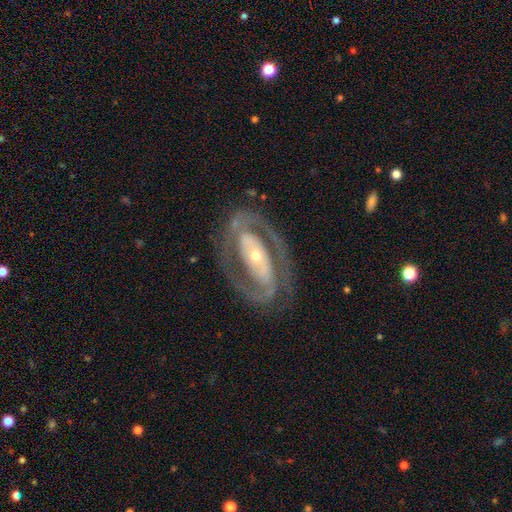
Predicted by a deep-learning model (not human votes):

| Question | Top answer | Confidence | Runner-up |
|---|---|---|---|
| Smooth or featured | featured or disk | 87% | smooth (8%) |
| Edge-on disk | no | 94% | yes (6%) |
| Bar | strong | 39% | tied: no (39%) |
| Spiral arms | yes | 86% | no (14%) |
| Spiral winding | tight | 47% | medium (41%) |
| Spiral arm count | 2 | 85% | can't tell (7%) |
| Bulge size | small | 55% | moderate (38%) |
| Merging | none | 78% | minor disturbance (12%) |